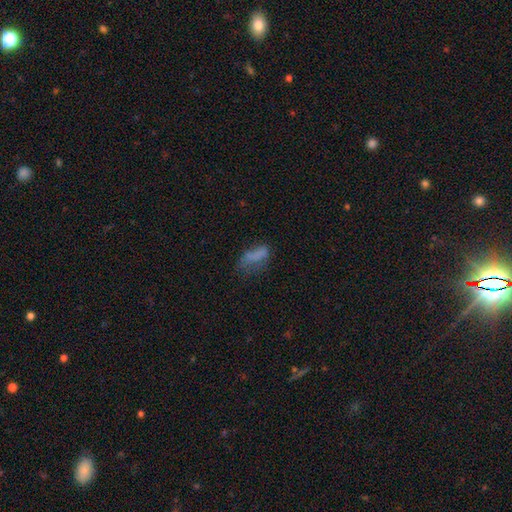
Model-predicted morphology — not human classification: The model was most divided on "merging": none: 34%, major disturbance: 33%, minor disturbance: 27%, merger: 6%. More confident: how rounded — in between (76%); smooth or featured — smooth (63%).